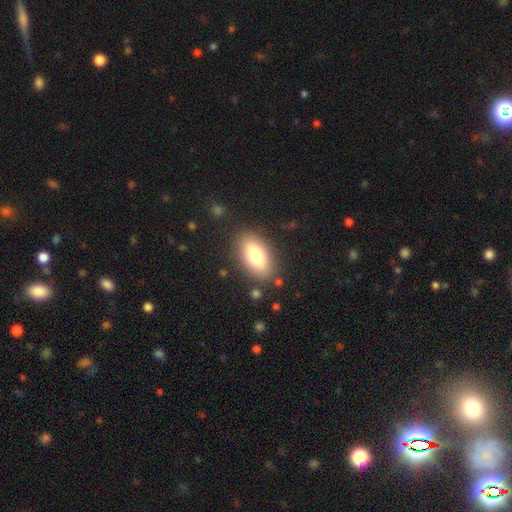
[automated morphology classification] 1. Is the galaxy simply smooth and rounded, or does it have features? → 81% smooth, 12% featured or disk, 7% star or artifact.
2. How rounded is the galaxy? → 91% in between, 5% cigar-shaped, 4% round.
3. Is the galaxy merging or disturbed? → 84% none, 10% minor disturbance, 4% major disturbance, 2% merger.